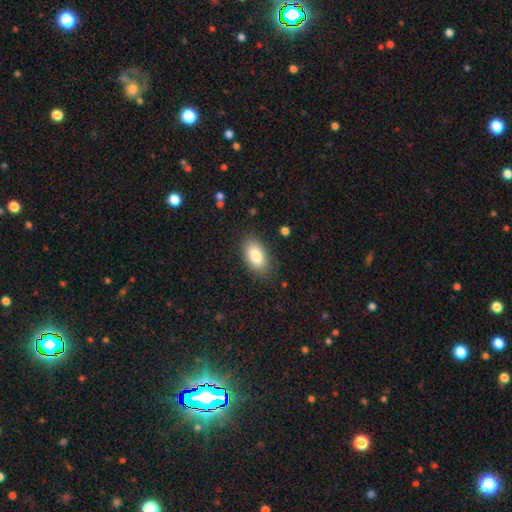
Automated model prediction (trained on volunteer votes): Smooth or featured: smooth — 84% (featured or disk — 9%)
How rounded: in between — 93% (round — 4%)
Merging: none — 83% (minor disturbance — 12%)